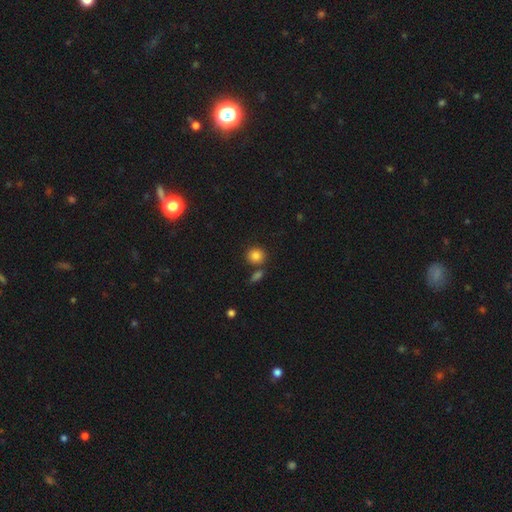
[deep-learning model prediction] Q: Smooth or featured?
A: smooth (84%); runner-up: star or artifact (10%)
Q: How rounded?
A: round (83%); runner-up: in between (16%)
Q: Merging?
A: none (74%); runner-up: merger (14%)